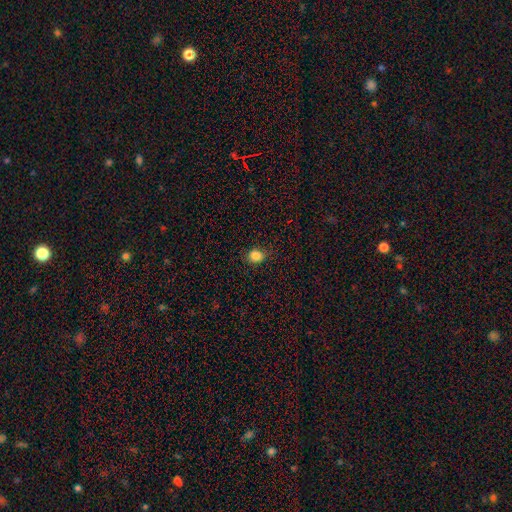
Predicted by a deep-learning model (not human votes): A smooth galaxy with no disk features (84%) that is round (57%).

Vote fractions:
- Smooth or featured? smooth: 84% / star or artifact: 11% / featured or disk: 4%
- How rounded? round: 57% / in between: 42% / cigar-shaped: 1%
- Merging? none: 84% / minor disturbance: 12% / major disturbance: 3% / merger: 1%